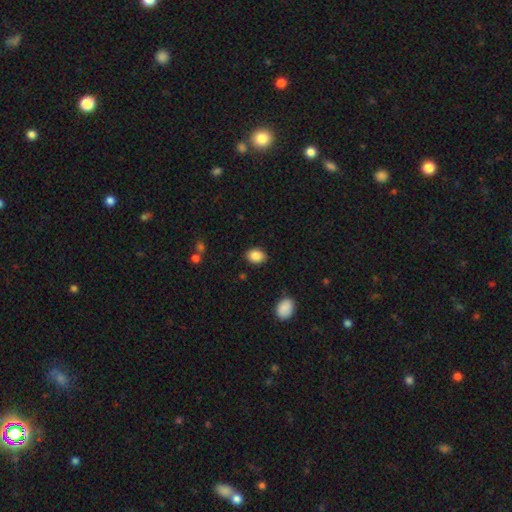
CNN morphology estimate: smooth_or_featured: smooth (p=0.86) [alt: star or artifact p=0.08]
how_rounded: in between (p=0.70) [alt: round p=0.29]
merging: none (p=0.86) [alt: minor disturbance p=0.10]